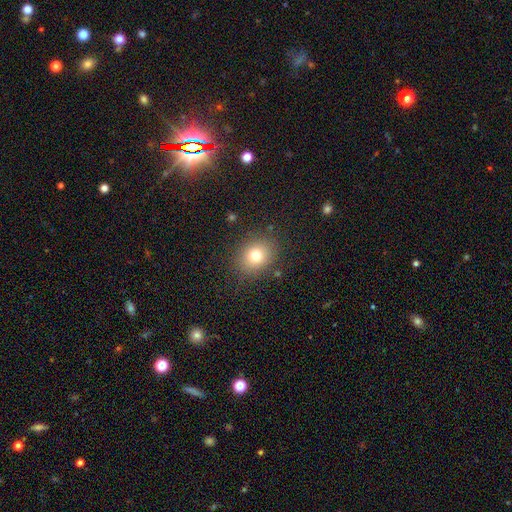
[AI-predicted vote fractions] Q: Smooth or featured?
A: smooth (76%); runner-up: star or artifact (14%)
Q: How rounded?
A: round (66%); runner-up: in between (34%)
Q: Merging?
A: none (86%); runner-up: minor disturbance (9%)